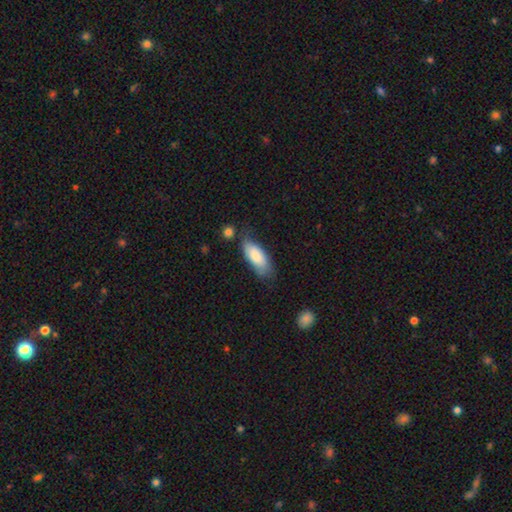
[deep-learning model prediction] Smooth or featured?
  - smooth: 81% *
  - featured or disk: 13%
  - star or artifact: 6%
How rounded?
  - in between: 80% *
  - cigar-shaped: 19%
  - round: 2%
Merging?
  - none: 60% *
  - minor disturbance: 27%
  - major disturbance: 7%
  - merger: 6%